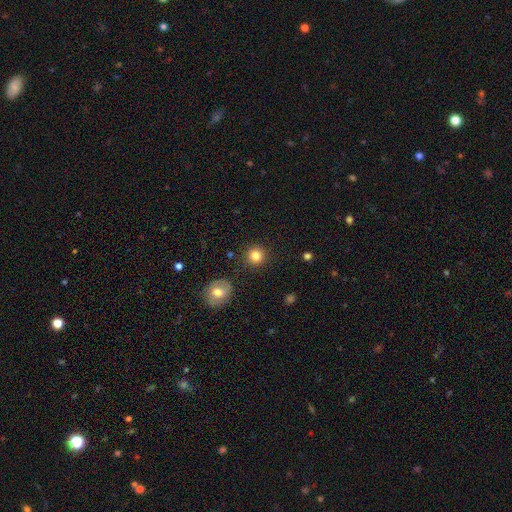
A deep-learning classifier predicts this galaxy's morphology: Smooth or featured?
  - smooth: 83% *
  - star or artifact: 11%
  - featured or disk: 6%
How rounded?
  - round: 93% *
  - in between: 6%
  - cigar-shaped: 1%
Merging?
  - none: 89% *
  - minor disturbance: 6%
  - major disturbance: 2%
  - merger: 2%